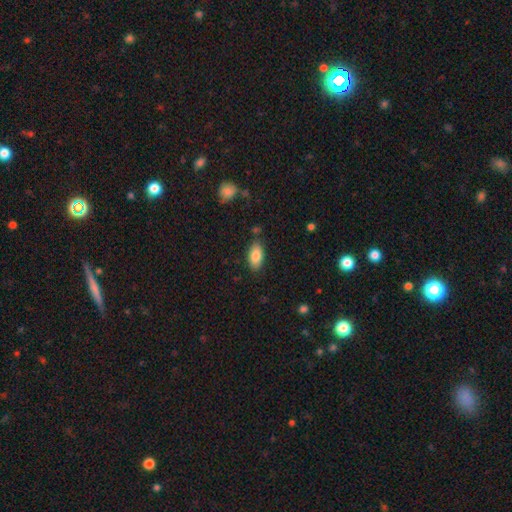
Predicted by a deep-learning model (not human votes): A smooth galaxy with no disk features (85%) that is in between round and cigar-shaped (92%).

Vote fractions:
- Smooth or featured? smooth: 85% / featured or disk: 8% / star or artifact: 7%
- How rounded? in between: 92% / cigar-shaped: 5% / round: 3%
- Merging? none: 82% / minor disturbance: 12% / major disturbance: 3% / merger: 3%